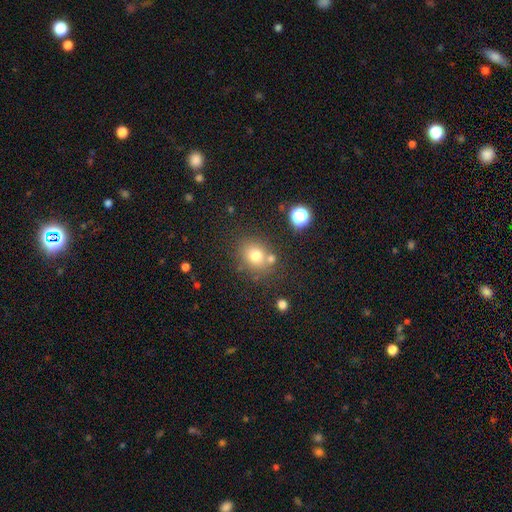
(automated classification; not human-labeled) smooth-or-featured: smooth: 74% | star or artifact: 15% | featured or disk: 11%
  how-rounded: round: 71% | in between: 28% | cigar-shaped: 1%
  merging: none: 69% | merger: 14% | minor disturbance: 12% | major disturbance: 4%